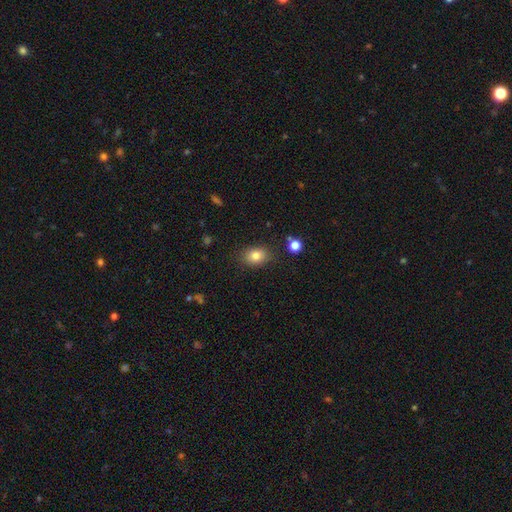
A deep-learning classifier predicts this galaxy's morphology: The model was most divided on "how rounded": in between: 69%, round: 30%, cigar-shaped: 1%. More confident: merging — none (83%); smooth or featured — smooth (82%).